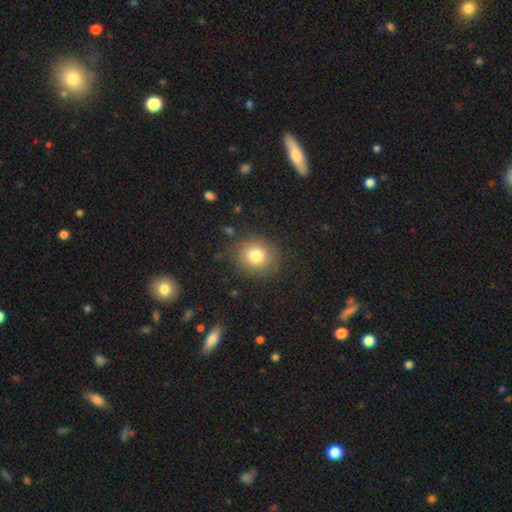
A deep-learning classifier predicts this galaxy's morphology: This is clearly a smooth galaxy (81%). How rounded: likely round (75%). Merging: clearly none (83%).